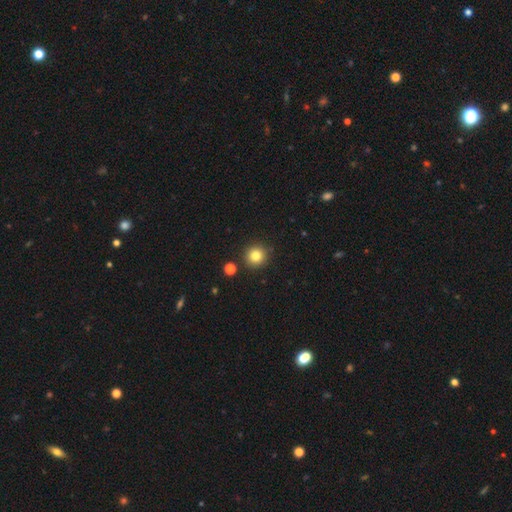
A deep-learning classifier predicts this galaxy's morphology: This is clearly a smooth galaxy (82%). How rounded: clearly round (94%). Merging: clearly none (88%).